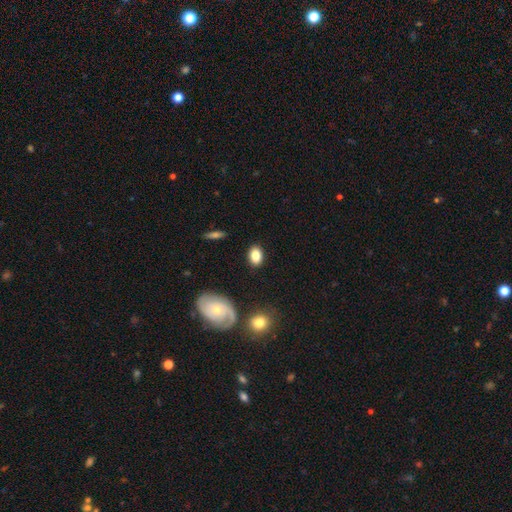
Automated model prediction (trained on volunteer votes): A smooth galaxy with no disk features (81%) that is in between round and cigar-shaped (79%).

Vote fractions:
- Smooth or featured? smooth: 81% / featured or disk: 11% / star or artifact: 8%
- How rounded? in between: 79% / round: 19% / cigar-shaped: 2%
- Merging? none: 85% / minor disturbance: 11% / major disturbance: 3% / merger: 2%